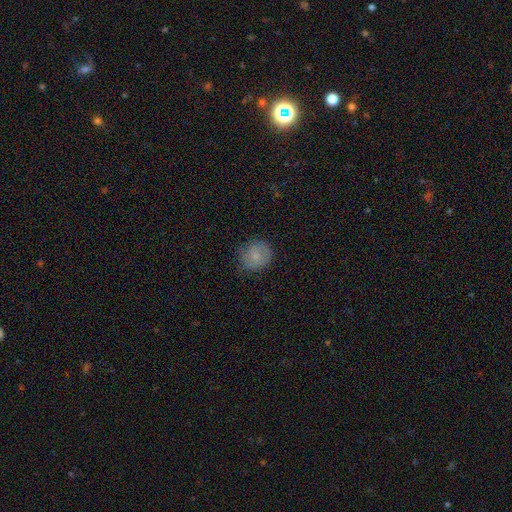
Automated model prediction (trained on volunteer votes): Q: Smooth or featured?
A: smooth (75%); runner-up: featured or disk (17%)
Q: How rounded?
A: round (81%); runner-up: in between (18%)
Q: Merging?
A: none (74%); runner-up: minor disturbance (20%)